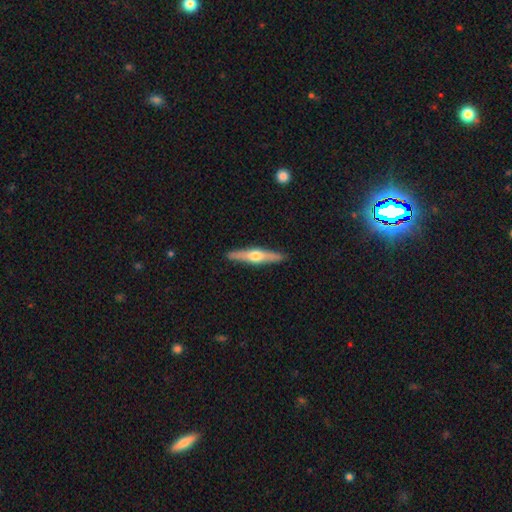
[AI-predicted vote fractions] A featured or disk galaxy (67%) viewed edge-on (97%) with a rounded central bulge (95%). Merging: none (91%).